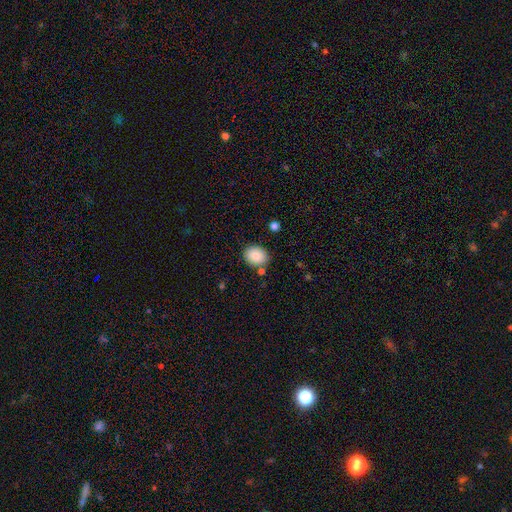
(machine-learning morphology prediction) A smooth galaxy with no disk features (88%) that is round (57%). Merging: none (81%).